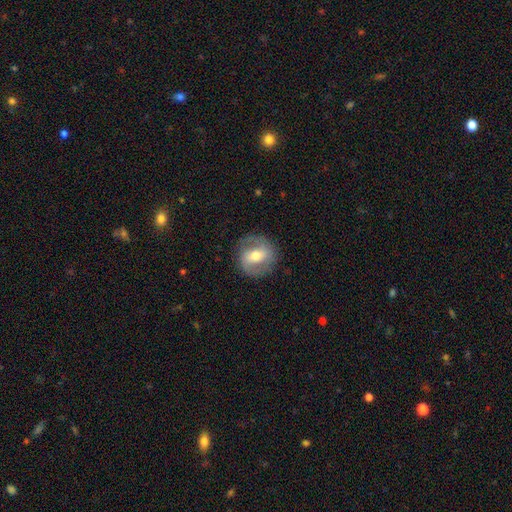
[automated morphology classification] smooth-or-featured: featured or disk: 63% | smooth: 30% | star or artifact: 7%
  disk-edge-on: no: 95% | yes: 5%
    bar: weak: 43% | strong: 34% | no: 23%
    has-spiral-arms: yes: 73% | no: 27%
    bulge-size: moderate: 69% | small: 21% | large: 8% | none: 1% | dominant: 1%
  merging: none: 83% | minor disturbance: 11% | major disturbance: 5% | merger: 1%